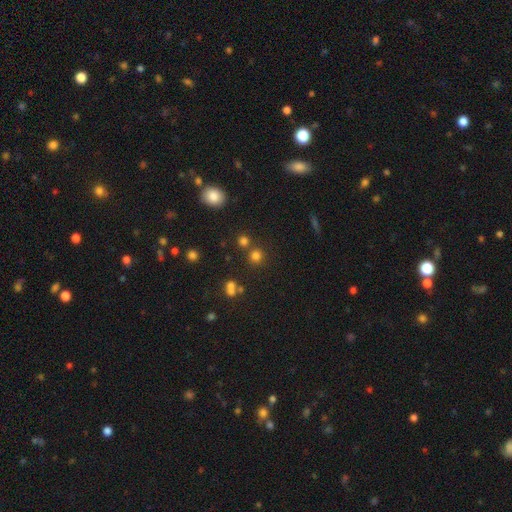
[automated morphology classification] Smooth or featured? smooth (73%)
How rounded? round (90%)
Merging? none (71%)